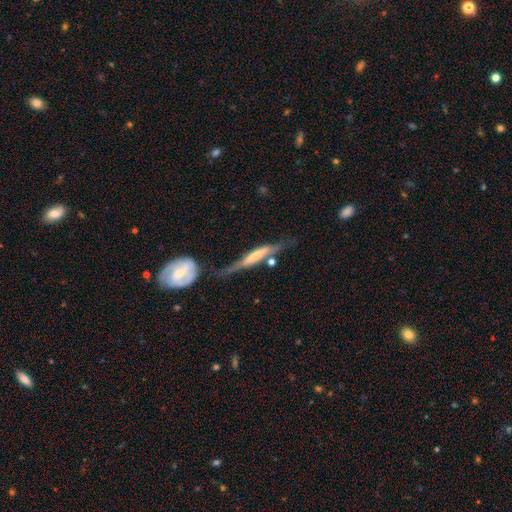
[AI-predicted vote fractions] Smooth or featured? featured or disk (59%)
Edge-on disk? yes (84%)
Merging? none (44%)